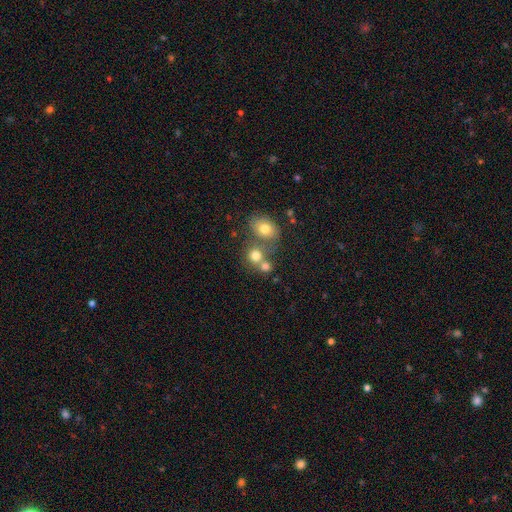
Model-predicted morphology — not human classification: smooth-or-featured: smooth: 74% | star or artifact: 13% | featured or disk: 13%
  how-rounded: round: 77% | in between: 22% | cigar-shaped: 1%
  merging: merger: 44% (tied) | none: 44% (tied) | minor disturbance: 8% | major disturbance: 4%